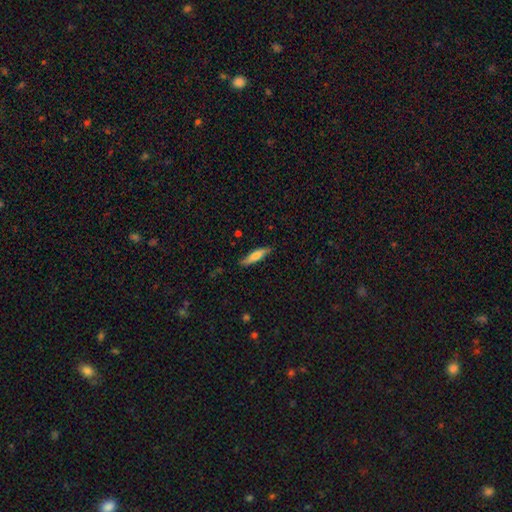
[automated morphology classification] smooth 72%, featured or disk 22%, star or artifact 6%. Down the decision tree: how rounded — cigar-shaped (75%); merging — none (81%).